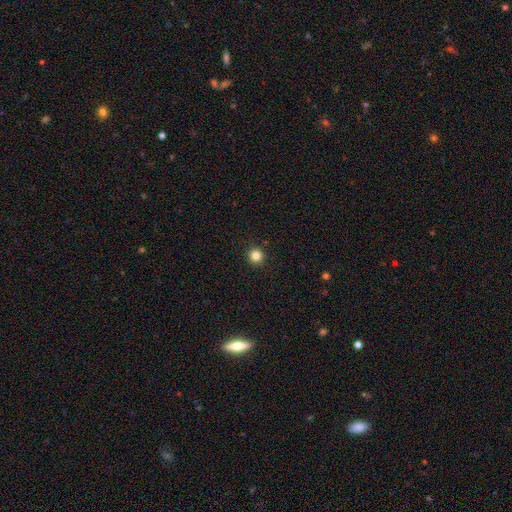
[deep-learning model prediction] Smooth or featured?
  - smooth: 83% *
  - star or artifact: 12%
  - featured or disk: 5%
How rounded?
  - round: 95% *
  - in between: 5%
  - cigar-shaped: 1%
Merging?
  - none: 93% *
  - minor disturbance: 5%
  - major disturbance: 2%
  - merger: 1%